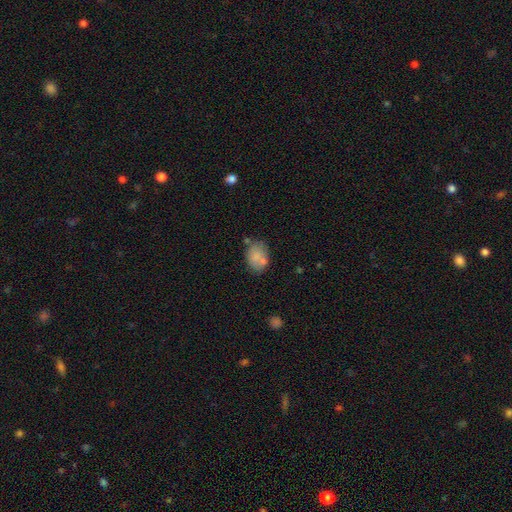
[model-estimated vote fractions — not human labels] Overall: smooth (78%). How rounded: in between (78%). Merging: none (59%; minor disturbance 19%).